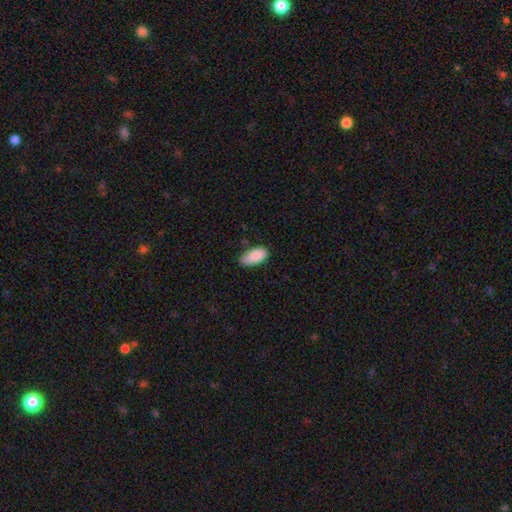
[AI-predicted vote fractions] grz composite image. It shows a smooth galaxy with no disk features (87%) that is in between round and cigar-shaped (93%). Merging: none (64%).